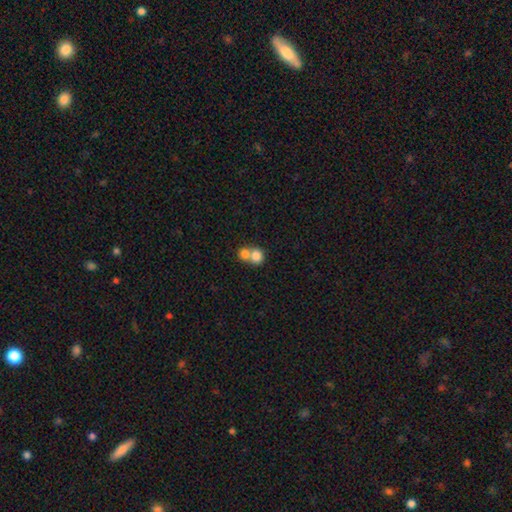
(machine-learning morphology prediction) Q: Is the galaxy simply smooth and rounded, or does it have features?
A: smooth — 80%.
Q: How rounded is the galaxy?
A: round — 79%.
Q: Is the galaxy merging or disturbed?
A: merger — 63%.